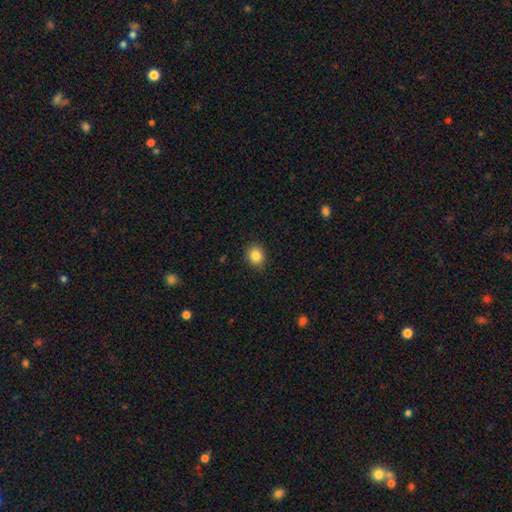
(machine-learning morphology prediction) A smooth galaxy with no disk features (85%) that is round (70%).

Vote fractions:
- Smooth or featured? smooth: 85% / star or artifact: 10% / featured or disk: 5%
- How rounded? round: 70% / in between: 29% / cigar-shaped: 1%
- Merging? none: 88% / minor disturbance: 8% / major disturbance: 2% / merger: 1%